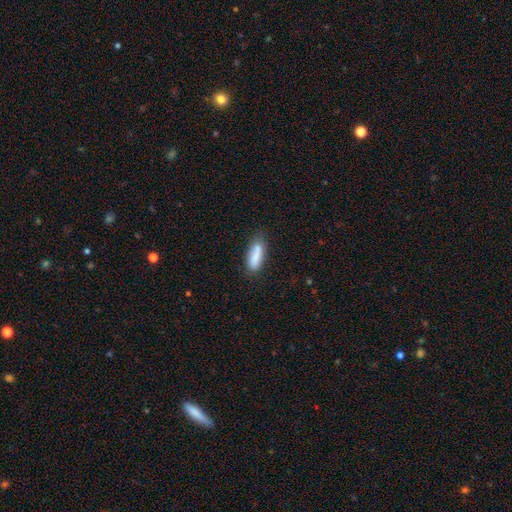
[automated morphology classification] smooth_or_featured: smooth (p=0.81) [alt: featured or disk p=0.12]
how_rounded: in between (p=0.59) [alt: cigar-shaped p=0.39]
merging: none (p=0.68) [alt: minor disturbance p=0.20]